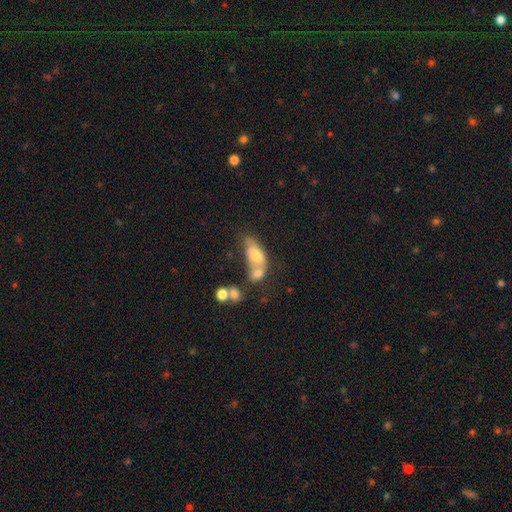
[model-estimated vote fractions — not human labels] smooth_or_featured: smooth (p=0.56) [alt: featured or disk p=0.33]
how_rounded: in between (p=0.80) [alt: cigar-shaped p=0.14]
merging: merger (p=0.56) [alt: none p=0.18]